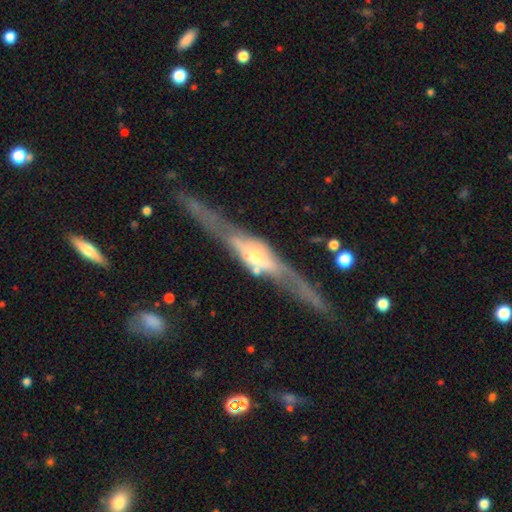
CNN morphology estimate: Smooth or featured? featured or disk (85%)
Edge-on disk? yes (88%)
Edge-on bulge? rounded (84%)
Merging? none (67%)